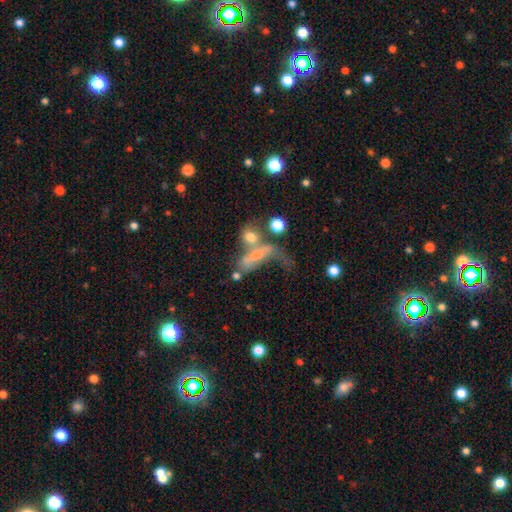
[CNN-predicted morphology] smooth_or_featured: smooth (p=0.46) [alt: featured or disk p=0.39]
merging: merger (p=0.43) [alt: major disturbance p=0.29]